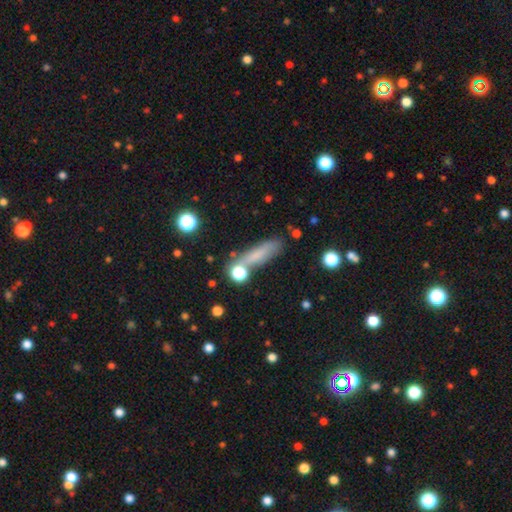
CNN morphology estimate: Q: Smooth or featured?
A: smooth (71%); runner-up: featured or disk (17%)
Q: How rounded?
A: cigar-shaped (69%); runner-up: in between (26%)
Q: Merging?
A: none (66%); runner-up: minor disturbance (17%)